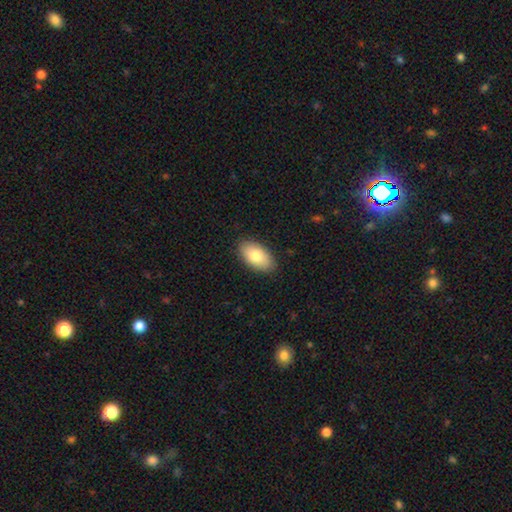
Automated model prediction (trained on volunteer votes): Overall: smooth (80%). How rounded: in between (95%). Merging: none (88%).